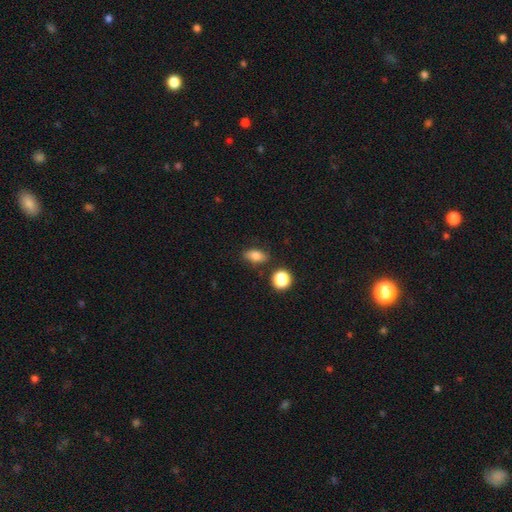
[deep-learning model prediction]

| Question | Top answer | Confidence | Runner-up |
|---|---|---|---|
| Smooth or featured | smooth | 78% | featured or disk (11%) |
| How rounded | in between | 80% | round (13%) |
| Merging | none | 82% | minor disturbance (12%) |